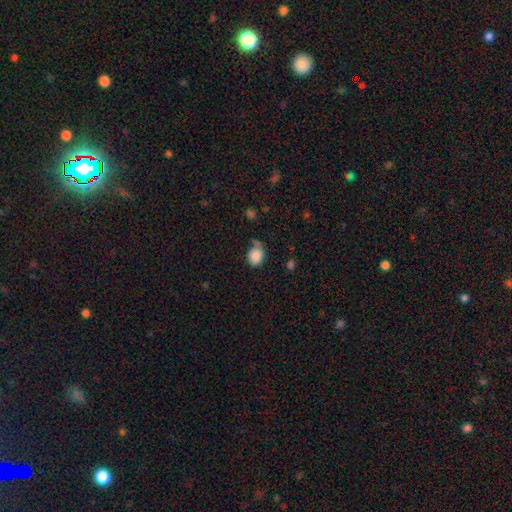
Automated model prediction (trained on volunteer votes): Q: Smooth or featured?
A: smooth (83%); runner-up: featured or disk (9%)
Q: How rounded?
A: round (51%); runner-up: in between (48%)
Q: Merging?
A: none (43%); runner-up: minor disturbance (31%)